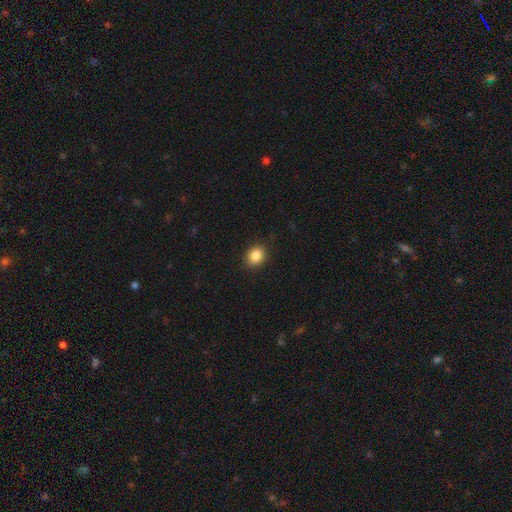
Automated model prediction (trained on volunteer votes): Overall: smooth (86%). How rounded: round (65%; in between 34%). Merging: none (90%).